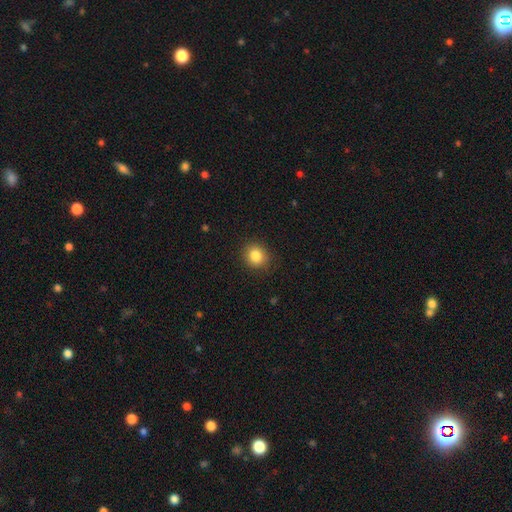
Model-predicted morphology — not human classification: Overall: smooth (85%). How rounded: round (81%). Merging: none (88%).